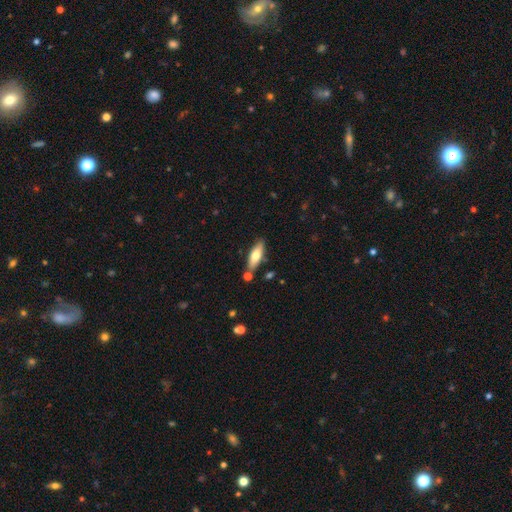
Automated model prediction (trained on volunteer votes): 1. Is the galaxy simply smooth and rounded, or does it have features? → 68% smooth, 26% featured or disk, 6% star or artifact.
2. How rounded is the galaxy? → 55% in between, 43% cigar-shaped, 2% round.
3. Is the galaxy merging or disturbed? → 77% none, 13% minor disturbance, 8% merger, 3% major disturbance.